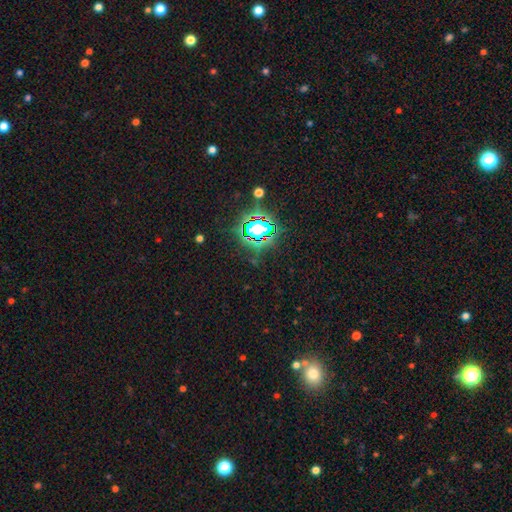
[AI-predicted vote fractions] Smooth or featured?
  - star or artifact: 78% *
  - smooth: 13%
  - featured or disk: 9%